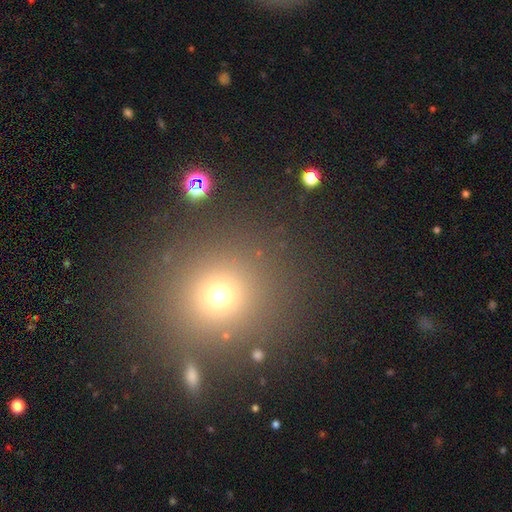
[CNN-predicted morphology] Overall: smooth (61%; star or artifact 31%). How rounded: round (91%). Merging: none (86%).